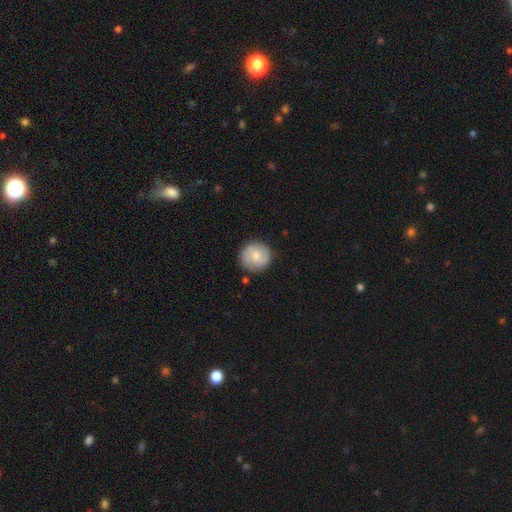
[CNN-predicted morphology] Smooth or featured: smooth — 59% (featured or disk — 34%)
How rounded: round — 91% (in between — 8%)
Merging: none — 84% (minor disturbance — 11%)